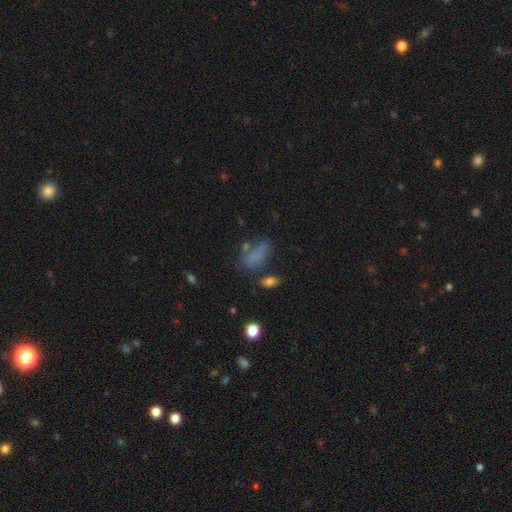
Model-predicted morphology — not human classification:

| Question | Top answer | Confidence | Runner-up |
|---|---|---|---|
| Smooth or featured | smooth | 72% | star or artifact (16%) |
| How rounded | in between | 77% | cigar-shaped (16%) |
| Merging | none | 49% | minor disturbance (23%) |